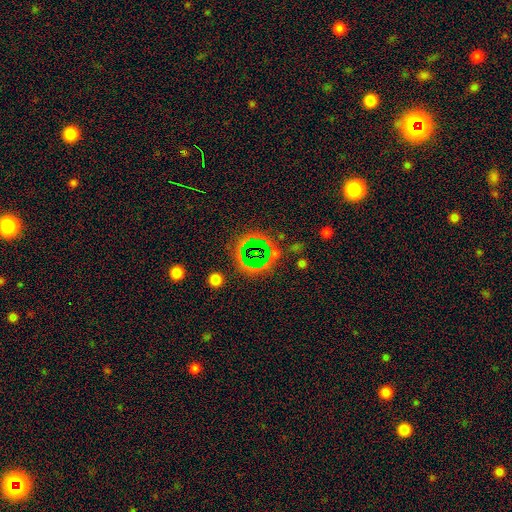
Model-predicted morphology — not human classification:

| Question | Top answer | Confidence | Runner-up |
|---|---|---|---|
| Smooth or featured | star or artifact | 65% | smooth (20%) |